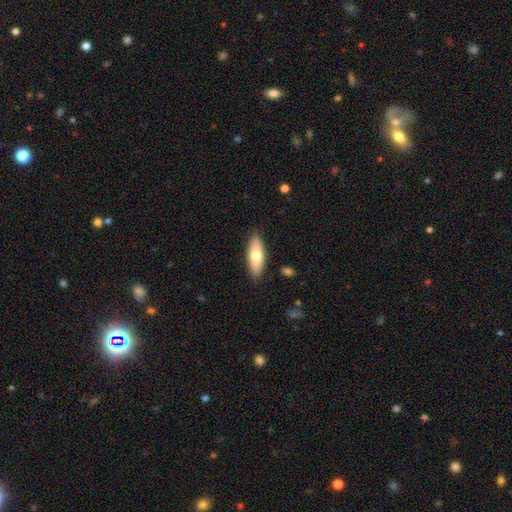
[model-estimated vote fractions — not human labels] A smooth galaxy with no disk features (70%) that is in between round and cigar-shaped (68%).

Vote fractions:
- Smooth or featured? smooth: 70% / featured or disk: 25% / star or artifact: 6%
- How rounded? in between: 68% / cigar-shaped: 29% / round: 2%
- Merging? none: 87% / minor disturbance: 10% / major disturbance: 2% / merger: 1%